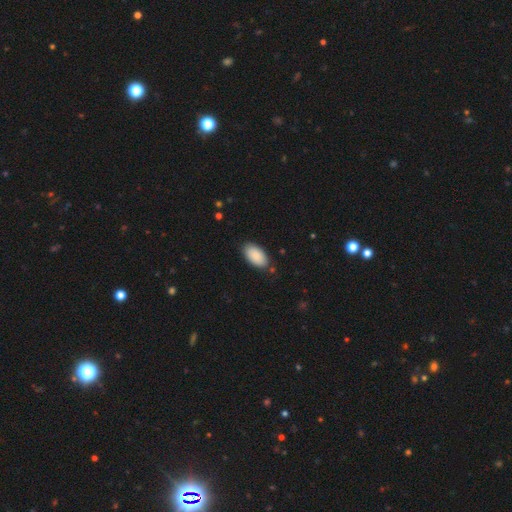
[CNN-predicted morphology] Smooth or featured?
  - smooth: 89% *
  - star or artifact: 6%
  - featured or disk: 5%
How rounded?
  - in between: 96% *
  - round: 2%
  - cigar-shaped: 2%
Merging?
  - none: 83% *
  - minor disturbance: 13%
  - major disturbance: 3%
  - merger: 2%